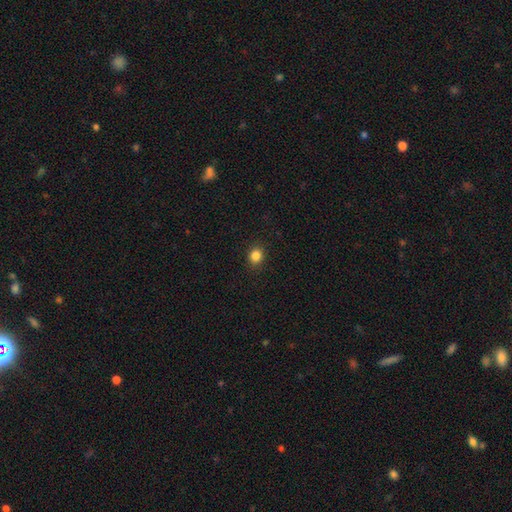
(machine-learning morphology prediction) smooth_or_featured: smooth (p=0.85) [alt: star or artifact p=0.11]
how_rounded: round (p=0.76) [alt: in between p=0.23]
merging: none (p=0.90) [alt: minor disturbance p=0.07]